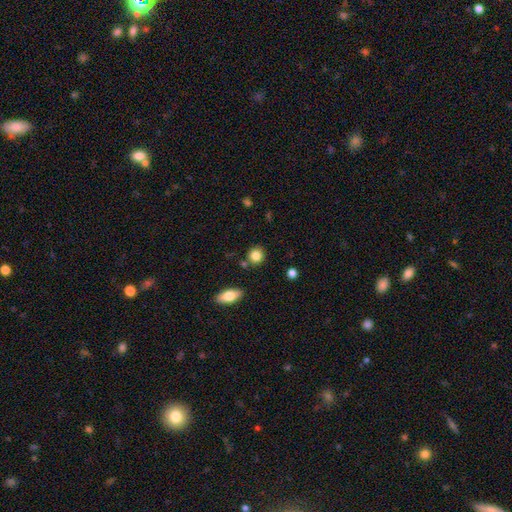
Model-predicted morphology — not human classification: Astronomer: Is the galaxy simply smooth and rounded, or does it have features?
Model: smooth — 84%.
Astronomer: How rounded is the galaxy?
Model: round — 85%.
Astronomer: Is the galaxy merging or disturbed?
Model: none — 83%.